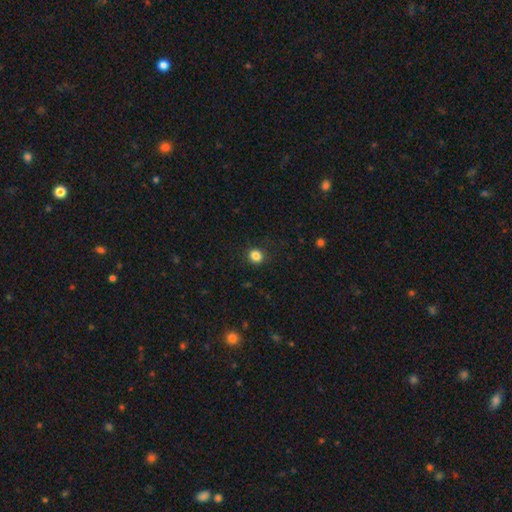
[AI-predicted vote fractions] Smooth or featured? smooth (85%)
How rounded? round (82%)
Merging? none (89%)